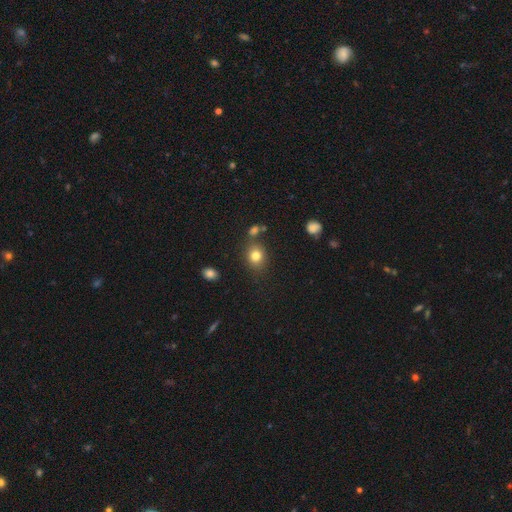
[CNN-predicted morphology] smooth 80%, star or artifact 12%, featured or disk 8%. Down the decision tree: how rounded — round (62%); merging — none (74%).